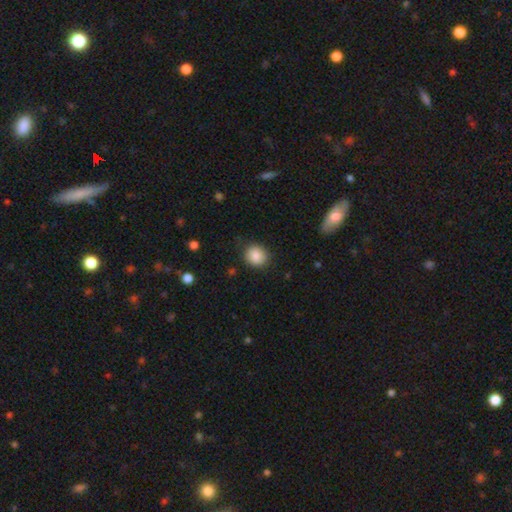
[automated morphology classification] Smooth or featured: smooth — 87% (star or artifact — 8%)
How rounded: round — 77% (in between — 22%)
Merging: none — 84% (minor disturbance — 11%)